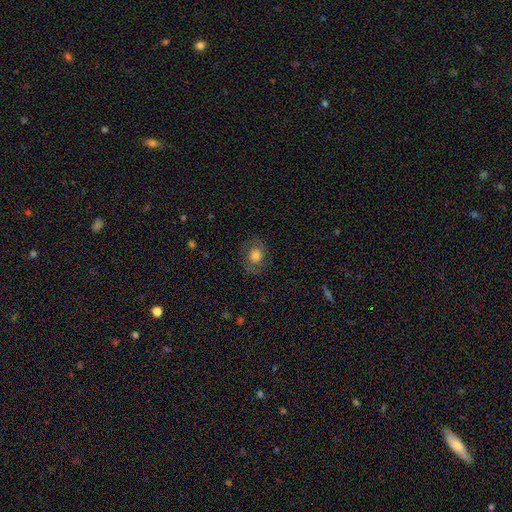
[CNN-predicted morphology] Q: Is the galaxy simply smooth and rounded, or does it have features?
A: smooth — 54%.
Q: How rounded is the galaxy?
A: round — 58%.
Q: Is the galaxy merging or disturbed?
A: none — 75%.